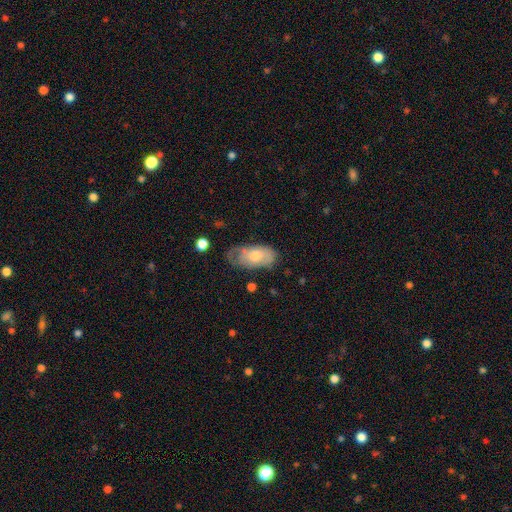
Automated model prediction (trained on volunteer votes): smooth-or-featured: smooth: 53% | featured or disk: 40% | star or artifact: 7%
  how-rounded: in between: 92% | cigar-shaped: 4% | round: 4%
  merging: none: 53% | minor disturbance: 32% | major disturbance: 12% | merger: 2%